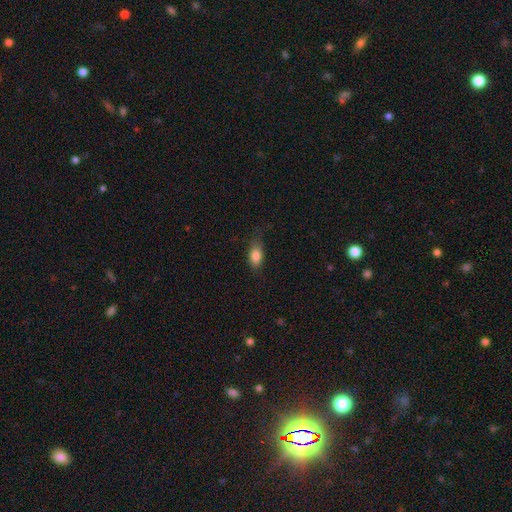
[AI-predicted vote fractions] Smooth or featured? Predicted: smooth (p=0.83). How rounded? Predicted: in between (p=0.84). Merging? Predicted: none (p=0.67).